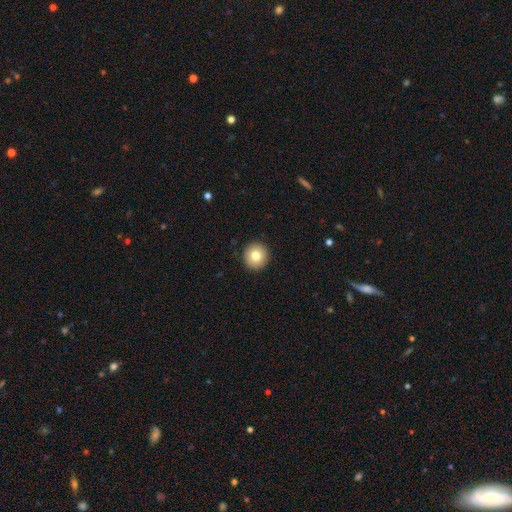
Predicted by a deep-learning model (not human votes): Smooth or featured? smooth (80%)
How rounded? round (94%)
Merging? none (93%)